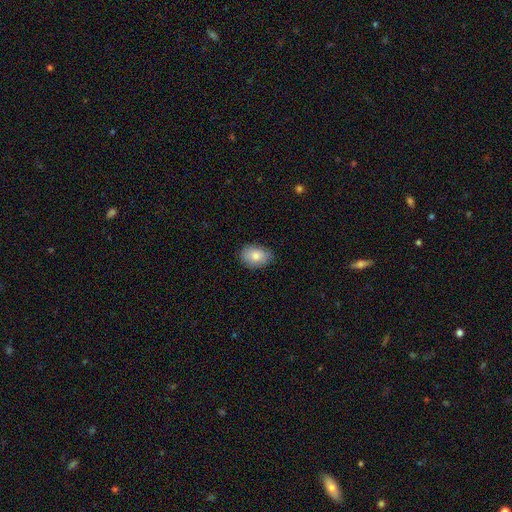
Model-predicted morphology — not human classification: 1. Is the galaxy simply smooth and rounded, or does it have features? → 83% smooth, 10% featured or disk, 7% star or artifact.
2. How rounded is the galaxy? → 79% in between, 20% round, 1% cigar-shaped.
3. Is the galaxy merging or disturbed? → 81% none, 16% minor disturbance, 3% major disturbance, 1% merger.